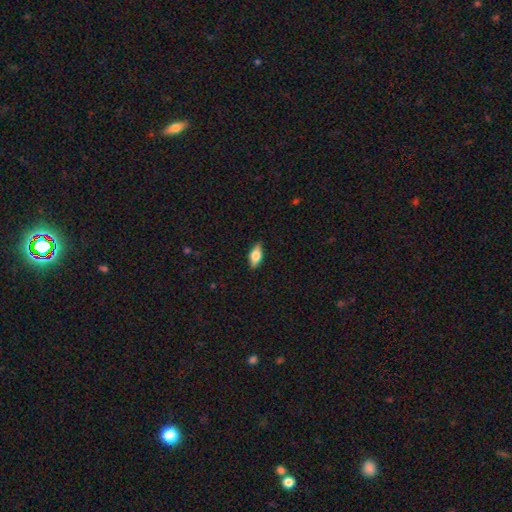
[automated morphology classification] The model was most divided on "smooth or featured": smooth: 63%, featured or disk: 30%, star or artifact: 7%. More confident: merging — none (86%); how rounded — in between (80%).